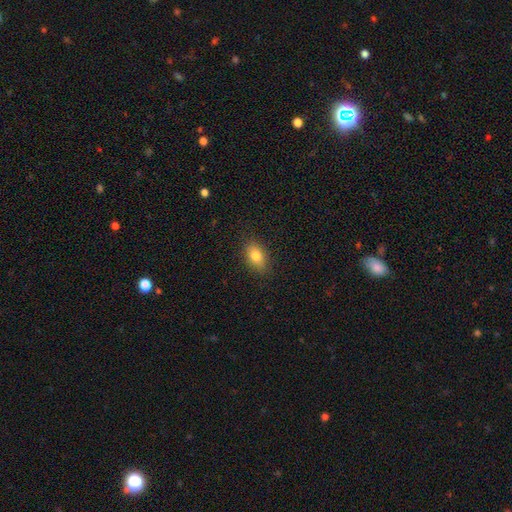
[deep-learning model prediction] Smooth or featured?
  - smooth: 80% *
  - featured or disk: 11%
  - star or artifact: 9%
How rounded?
  - in between: 84% *
  - round: 12%
  - cigar-shaped: 3%
Merging?
  - none: 85% *
  - minor disturbance: 11%
  - major disturbance: 3%
  - merger: 1%